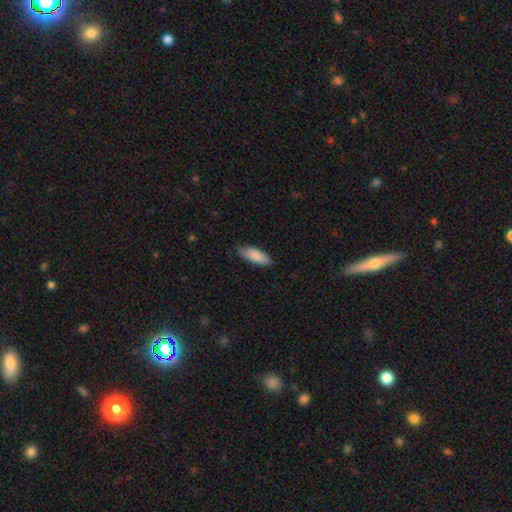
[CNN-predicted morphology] This is clearly a smooth galaxy (86%). How rounded: likely in between (73%). Merging: clearly none (82%).